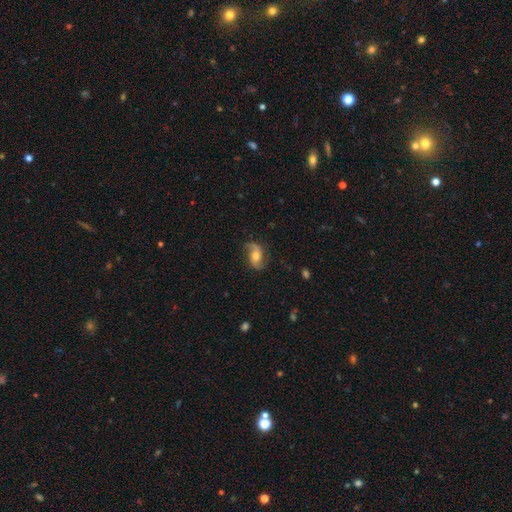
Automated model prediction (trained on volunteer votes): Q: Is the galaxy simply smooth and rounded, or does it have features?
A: featured or disk — 75%.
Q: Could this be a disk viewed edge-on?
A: no — 96%.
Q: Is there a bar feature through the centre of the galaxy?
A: no — 58%.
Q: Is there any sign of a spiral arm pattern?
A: yes — 94%.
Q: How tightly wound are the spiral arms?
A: loose — 63%.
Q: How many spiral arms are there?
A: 2 — 87%.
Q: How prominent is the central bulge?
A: moderate — 65%.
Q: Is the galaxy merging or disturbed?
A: none — 73%.